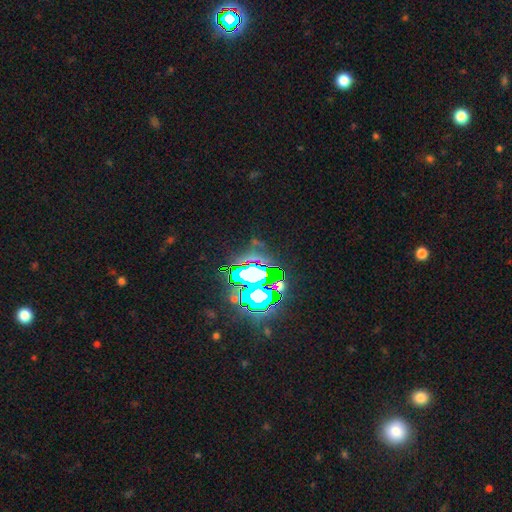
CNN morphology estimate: Smooth or featured?
  - star or artifact: 81% *
  - smooth: 10%
  - featured or disk: 9%